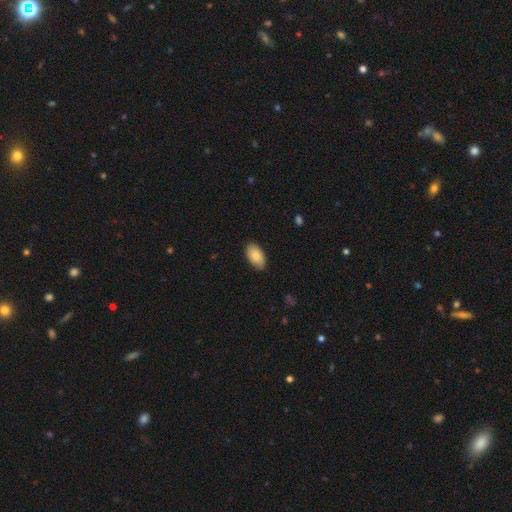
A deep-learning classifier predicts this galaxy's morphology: Q: Smooth or featured?
A: smooth (82%); runner-up: featured or disk (12%)
Q: How rounded?
A: in between (95%); runner-up: round (4%)
Q: Merging?
A: none (86%); runner-up: minor disturbance (12%)